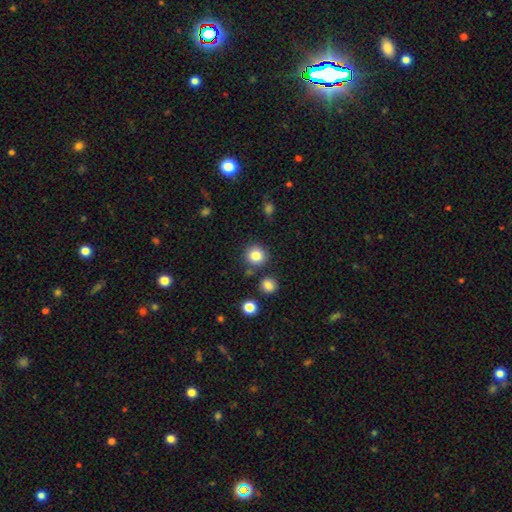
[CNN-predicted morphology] smooth 83%, star or artifact 11%, featured or disk 6%. Down the decision tree: how rounded — round (92%); merging — none (84%).